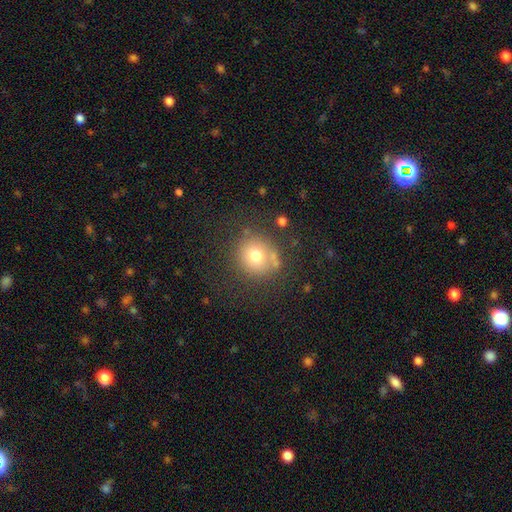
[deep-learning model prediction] Smooth or featured?
  - smooth: 73% *
  - featured or disk: 14%
  - star or artifact: 13%
How rounded?
  - round: 87% *
  - in between: 12%
  - cigar-shaped: 1%
Merging?
  - none: 71% *
  - minor disturbance: 14%
  - merger: 8%
  - major disturbance: 6%